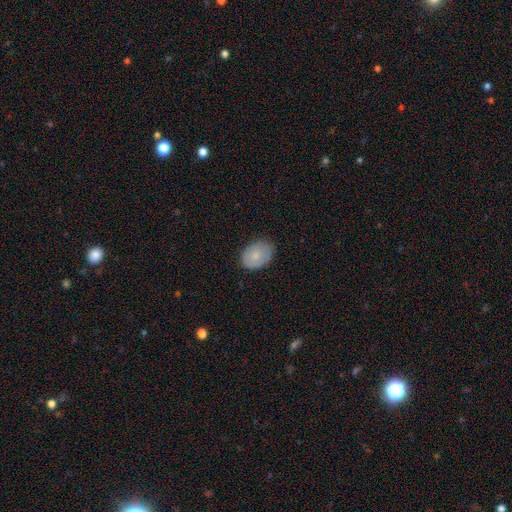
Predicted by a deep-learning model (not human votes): This appears to be a smooth galaxy with no disk features (77%) that is in between round and cigar-shaped (78%). Merging: none (83%).